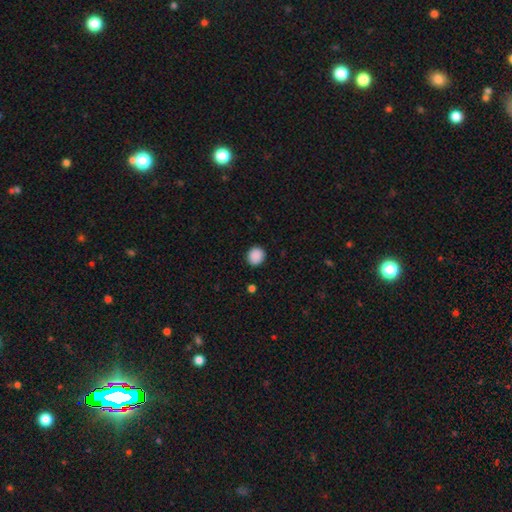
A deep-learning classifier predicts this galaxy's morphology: type=smooth (89%); roundness=round (85%); merging=none (90%).